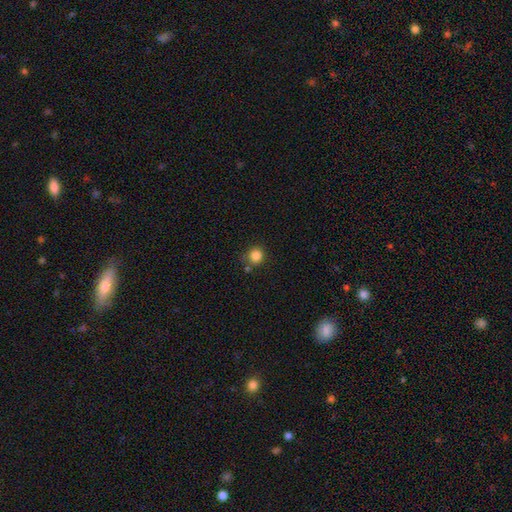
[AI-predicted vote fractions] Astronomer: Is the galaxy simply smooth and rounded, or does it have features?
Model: smooth — 85%.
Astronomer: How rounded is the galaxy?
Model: round — 91%.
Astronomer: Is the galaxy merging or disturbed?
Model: none — 74%.